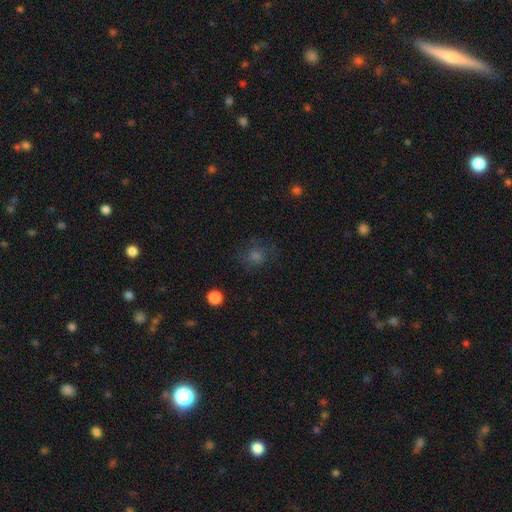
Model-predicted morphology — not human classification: Overall: smooth (53%; star or artifact 29%). How rounded: round (81%). Merging: none (74%).